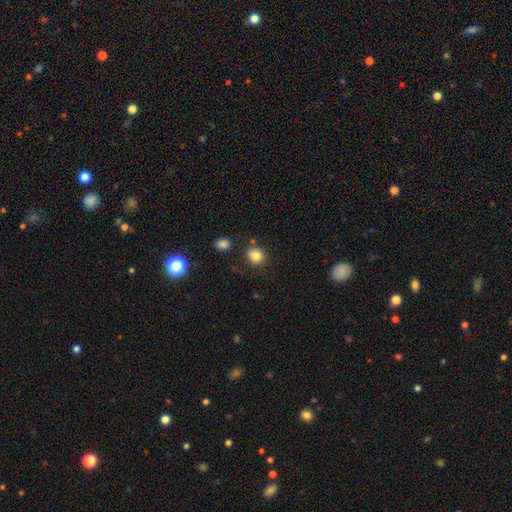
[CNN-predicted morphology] This appears to be a smooth galaxy with no disk features (82%) that is round (77%). Merging: none (81%).